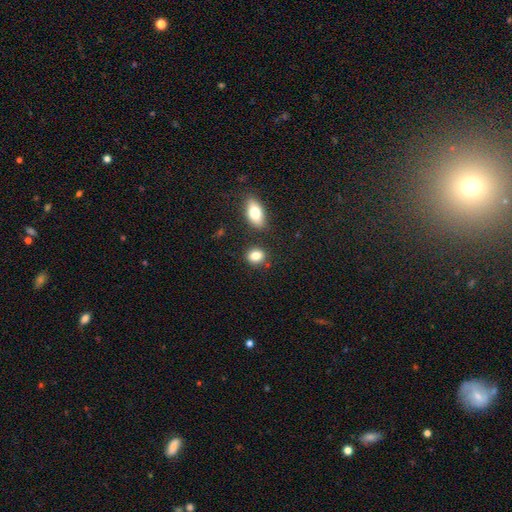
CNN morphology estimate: A smooth galaxy with no disk features (84%) that is in between round and cigar-shaped (53%). Merging: none (78%).